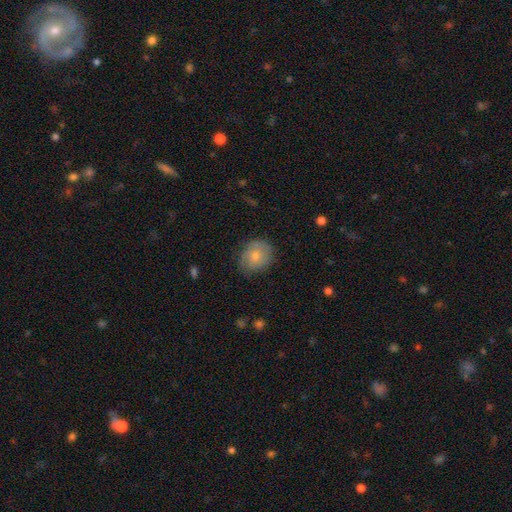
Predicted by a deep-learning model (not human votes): smooth-or-featured: smooth: 72% | featured or disk: 21% | star or artifact: 7%
  how-rounded: round: 70% | in between: 29% | cigar-shaped: 1%
  merging: none: 70% | minor disturbance: 23% | major disturbance: 6% | merger: 1%